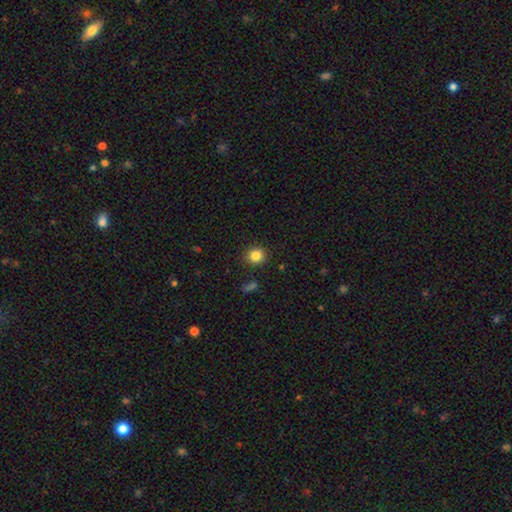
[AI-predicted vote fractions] smooth 84%, star or artifact 11%, featured or disk 5%. Down the decision tree: how rounded — round (85%); merging — none (89%).